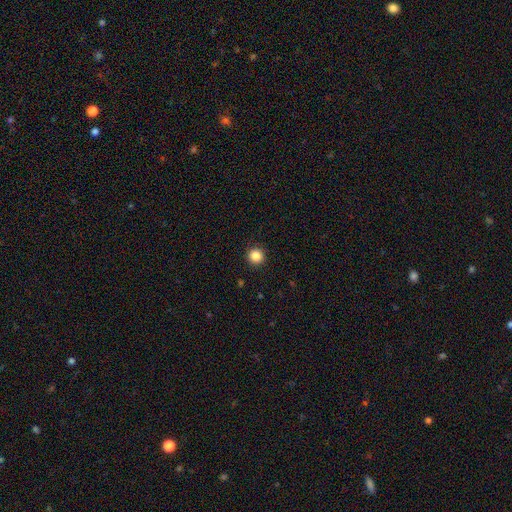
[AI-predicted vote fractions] Overall: smooth (86%). How rounded: round (96%). Merging: none (93%).